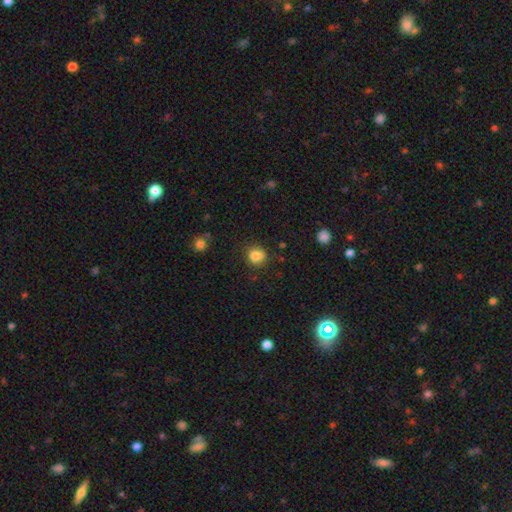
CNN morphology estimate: This is clearly a smooth galaxy (81%). How rounded: likely round (72%). Merging: likely none (66%).